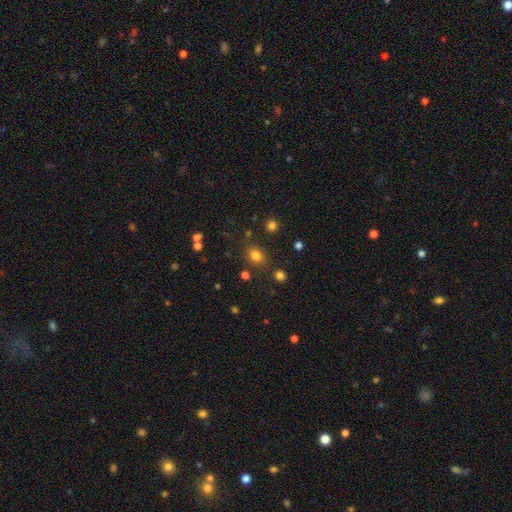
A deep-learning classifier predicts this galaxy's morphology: Smooth or featured: smooth — 79% (star or artifact — 14%)
How rounded: round — 53% (in between — 46%)
Merging: none — 80% (minor disturbance — 11%)